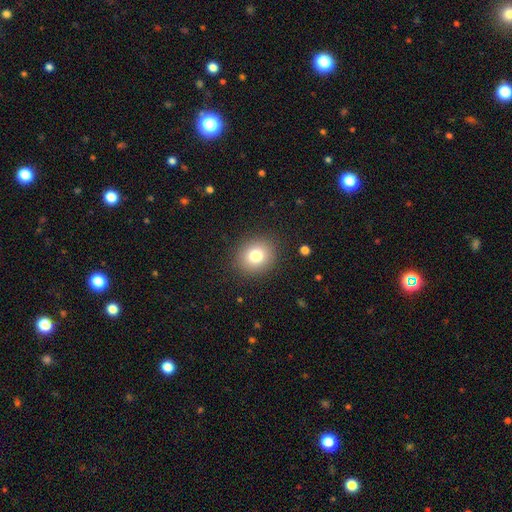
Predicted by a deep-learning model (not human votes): This is likely a smooth galaxy (78%). How rounded: likely round (72%). Merging: clearly none (88%).